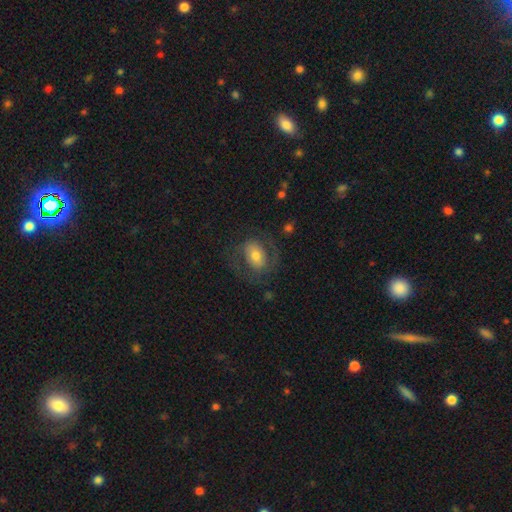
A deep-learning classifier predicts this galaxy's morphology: A featured or disk galaxy (51%).

Vote fractions:
- Smooth or featured? featured or disk: 51% / smooth: 41% / star or artifact: 8%
- Edge-on disk? no: 95% / yes: 5%
- Merging? none: 63% / major disturbance: 18% / minor disturbance: 17% / merger: 2%